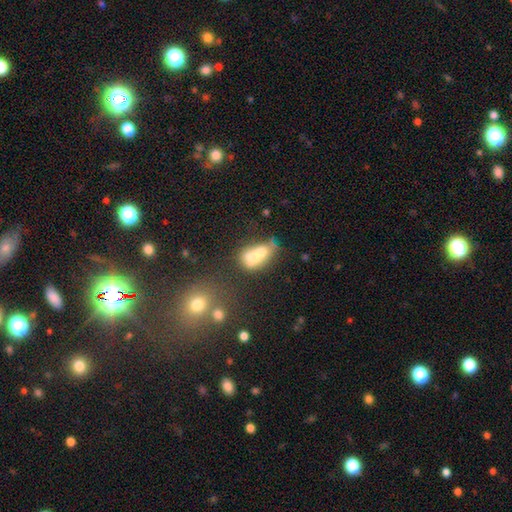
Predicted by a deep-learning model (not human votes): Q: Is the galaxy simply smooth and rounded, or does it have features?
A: smooth — 56%.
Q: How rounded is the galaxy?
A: in between — 61%.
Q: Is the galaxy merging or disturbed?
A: merger — 66%.